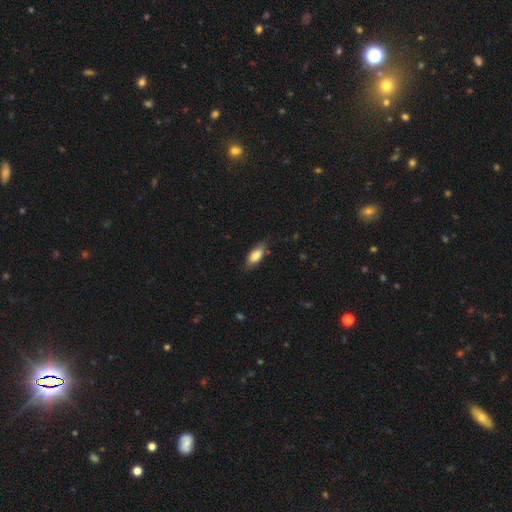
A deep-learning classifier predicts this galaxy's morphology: smooth-or-featured: smooth: 75% | featured or disk: 19% | star or artifact: 7%
  how-rounded: in between: 81% | cigar-shaped: 17% | round: 3%
  merging: none: 72% | minor disturbance: 22% | major disturbance: 5% | merger: 2%